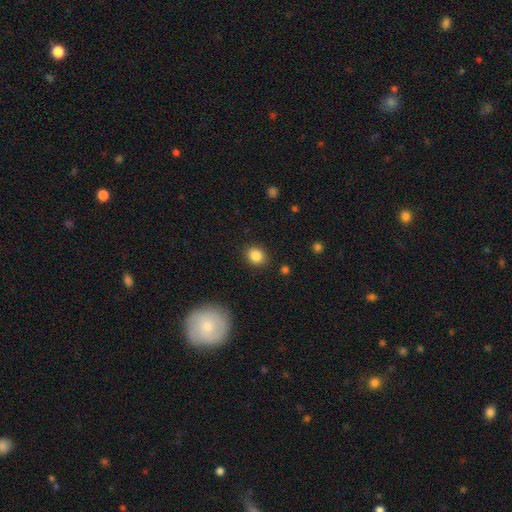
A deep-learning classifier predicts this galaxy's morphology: smooth-or-featured: smooth: 85% | star or artifact: 10% | featured or disk: 5%
  how-rounded: round: 62% | in between: 37% | cigar-shaped: 1%
  merging: none: 88% | minor disturbance: 8% | major disturbance: 2% | merger: 2%